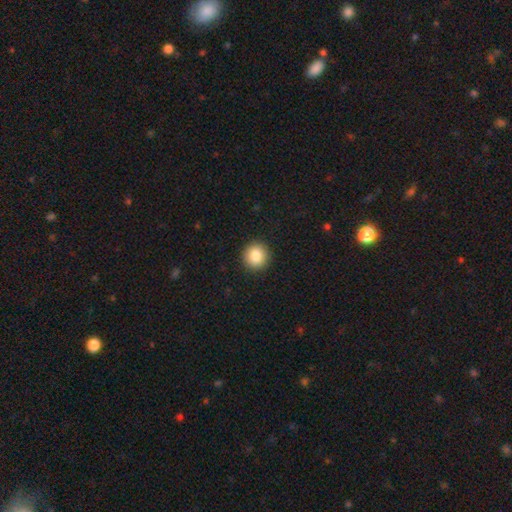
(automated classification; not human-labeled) Smooth or featured? Predicted: smooth (p=0.86). How rounded? Predicted: round (p=0.93). Merging? Predicted: none (p=0.92).